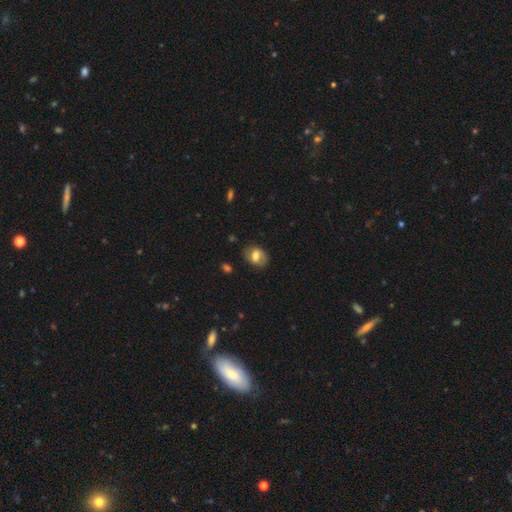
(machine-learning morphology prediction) This appears to be a smooth galaxy with no disk features (64%) that is in between round and cigar-shaped (67%). Merging: none (78%).